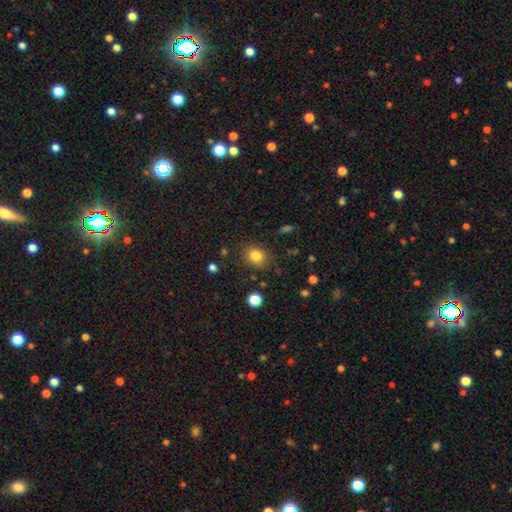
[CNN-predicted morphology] smooth_or_featured: smooth (p=0.81) [alt: star or artifact p=0.12]
how_rounded: round (p=0.70) [alt: in between p=0.29]
merging: none (p=0.83) [alt: minor disturbance p=0.12]